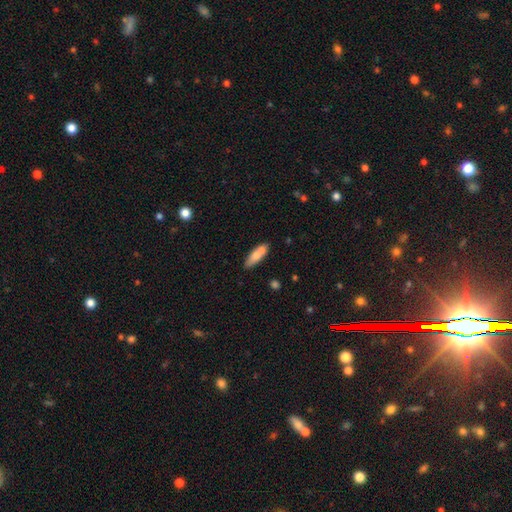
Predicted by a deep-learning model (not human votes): Smooth or featured? smooth (71%)
How rounded? cigar-shaped (51%)
Merging? none (55%)